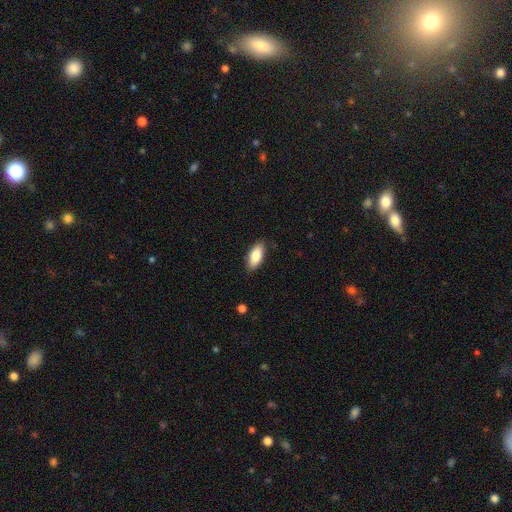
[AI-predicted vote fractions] Q: Smooth or featured?
A: smooth (82%); runner-up: featured or disk (11%)
Q: How rounded?
A: in between (87%); runner-up: cigar-shaped (11%)
Q: Merging?
A: none (86%); runner-up: minor disturbance (11%)